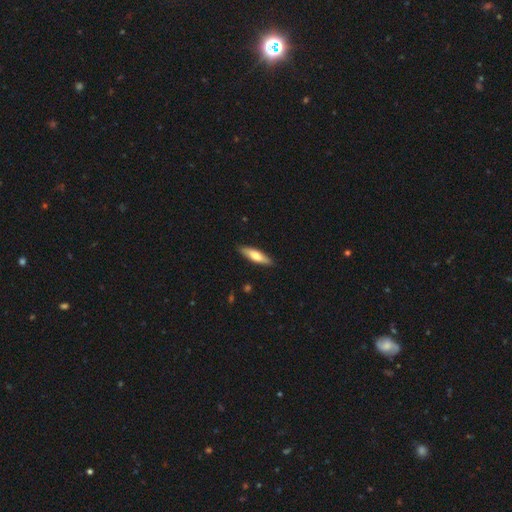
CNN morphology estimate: Smooth or featured?
  - smooth: 66% *
  - featured or disk: 29%
  - star or artifact: 5%
How rounded?
  - cigar-shaped: 67% *
  - in between: 31%
  - round: 2%
Merging?
  - none: 88% *
  - minor disturbance: 9%
  - major disturbance: 2%
  - merger: 1%